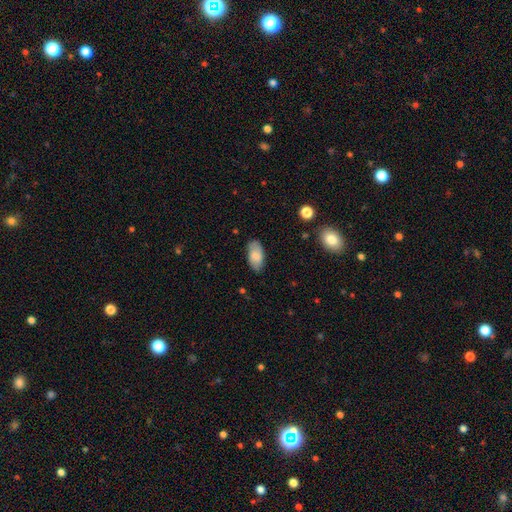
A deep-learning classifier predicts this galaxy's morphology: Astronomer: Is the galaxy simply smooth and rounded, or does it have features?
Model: smooth — 82%.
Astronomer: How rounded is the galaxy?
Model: in between — 94%.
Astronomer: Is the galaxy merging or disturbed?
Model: none — 81%.